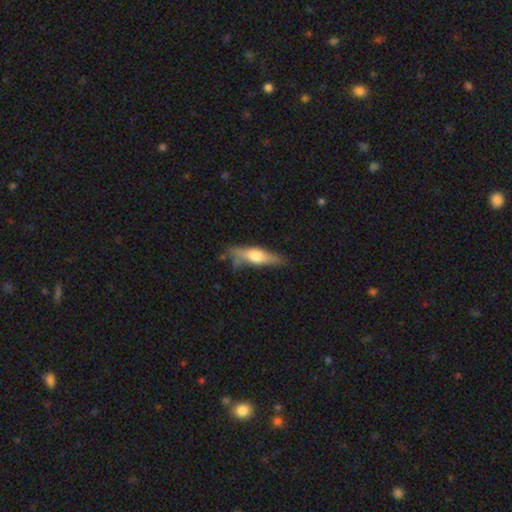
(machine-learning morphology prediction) A featured or disk galaxy (49%).

Vote fractions:
- Smooth or featured? featured or disk: 49% / smooth: 44% / star or artifact: 6%
- Merging? none: 68% / minor disturbance: 21% / major disturbance: 7% / merger: 5%